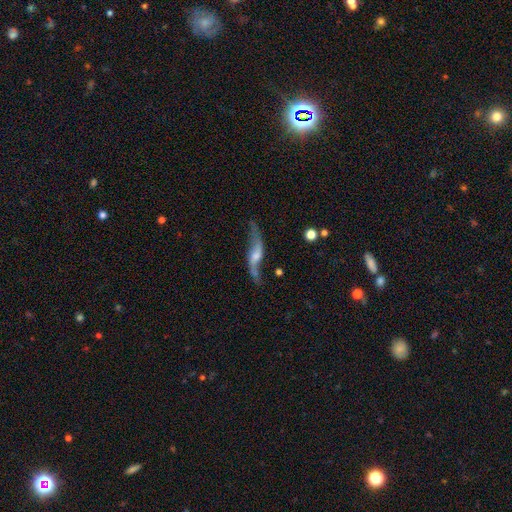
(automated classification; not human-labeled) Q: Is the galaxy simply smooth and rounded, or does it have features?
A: featured or disk — 83%.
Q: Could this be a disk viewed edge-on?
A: no — 75%.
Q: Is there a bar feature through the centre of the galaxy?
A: no — 48%.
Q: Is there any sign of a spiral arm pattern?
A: yes — 93%.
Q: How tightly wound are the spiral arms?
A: loose — 91%.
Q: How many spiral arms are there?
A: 2 — 92%.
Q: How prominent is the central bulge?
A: small — 40%.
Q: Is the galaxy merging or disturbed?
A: none — 67%.